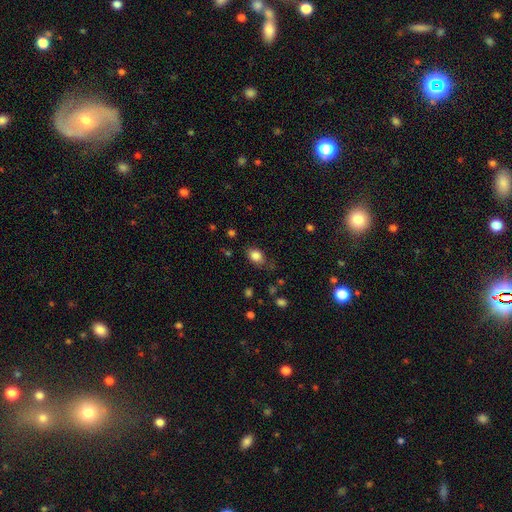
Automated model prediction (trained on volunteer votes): Morphology: type=smooth (84%); roundness=in between (71%); merging=none (70%).